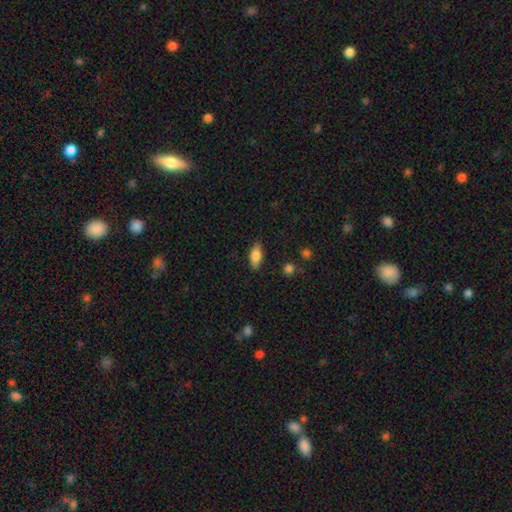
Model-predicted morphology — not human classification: Overall: smooth (78%). How rounded: in between (82%). Merging: none (85%).